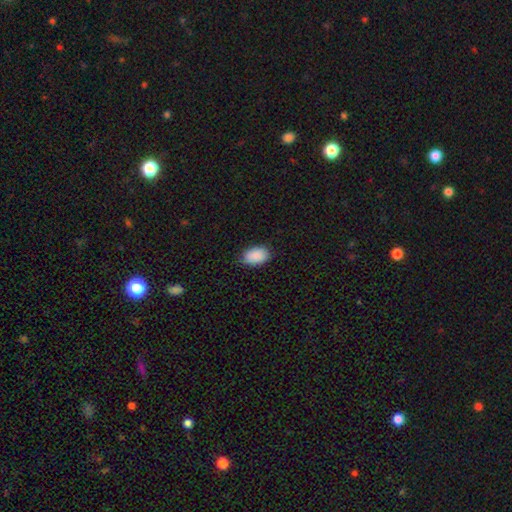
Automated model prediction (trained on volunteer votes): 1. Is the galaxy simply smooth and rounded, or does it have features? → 90% smooth, 7% star or artifact, 3% featured or disk.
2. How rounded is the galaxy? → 89% in between, 10% round, 1% cigar-shaped.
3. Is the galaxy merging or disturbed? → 81% none, 15% minor disturbance, 3% major disturbance, 1% merger.